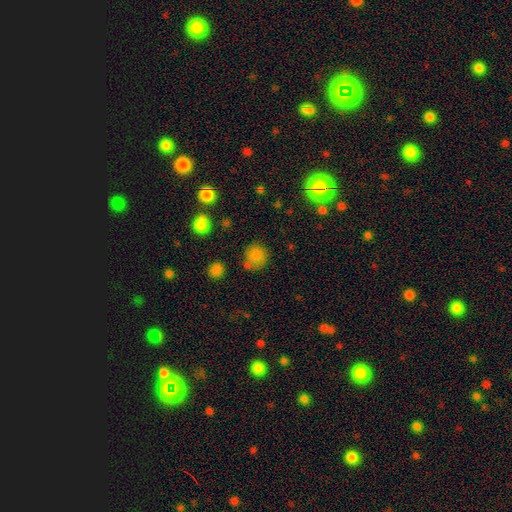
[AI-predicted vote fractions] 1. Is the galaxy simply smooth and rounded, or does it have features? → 80% smooth, 13% star or artifact, 6% featured or disk.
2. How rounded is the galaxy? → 84% round, 15% in between, 1% cigar-shaped.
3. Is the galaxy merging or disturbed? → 70% none, 15% minor disturbance, 9% merger, 5% major disturbance.